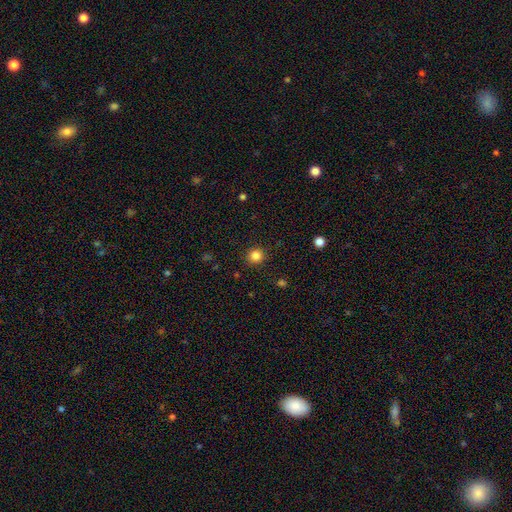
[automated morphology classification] Overall: smooth (84%). How rounded: round (92%). Merging: none (91%).